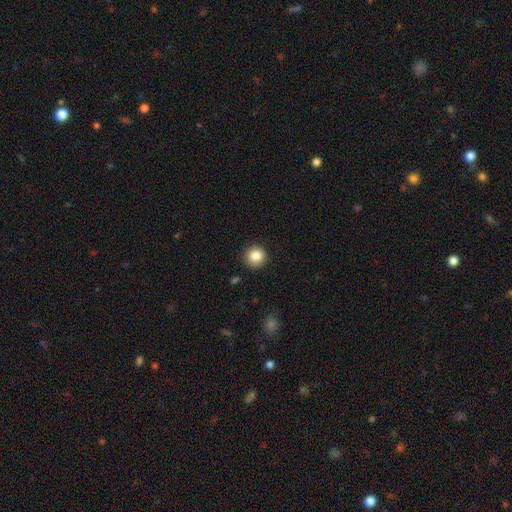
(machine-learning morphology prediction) Smooth or featured? Predicted: smooth (p=0.85). How rounded? Predicted: round (p=0.92). Merging? Predicted: none (p=0.90).